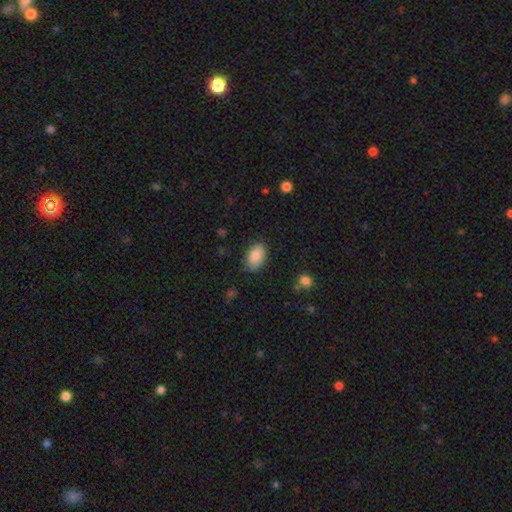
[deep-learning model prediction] Q: Smooth or featured?
A: smooth (87%); runner-up: star or artifact (7%)
Q: How rounded?
A: in between (91%); runner-up: round (8%)
Q: Merging?
A: none (79%); runner-up: minor disturbance (16%)